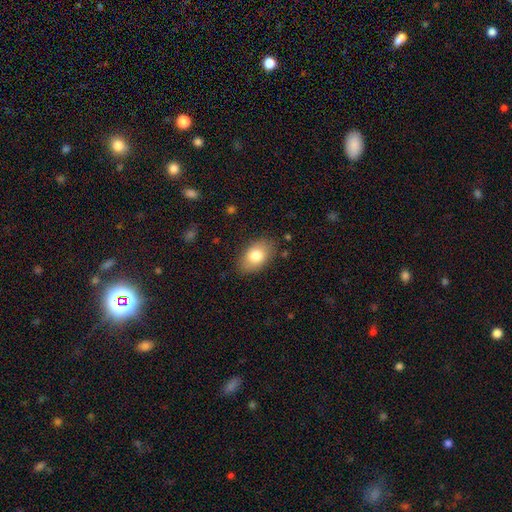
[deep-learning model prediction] smooth-or-featured: smooth: 80% | featured or disk: 13% | star or artifact: 7%
  how-rounded: in between: 90% | round: 9% | cigar-shaped: 1%
  merging: none: 83% | minor disturbance: 13% | major disturbance: 3% | merger: 1%